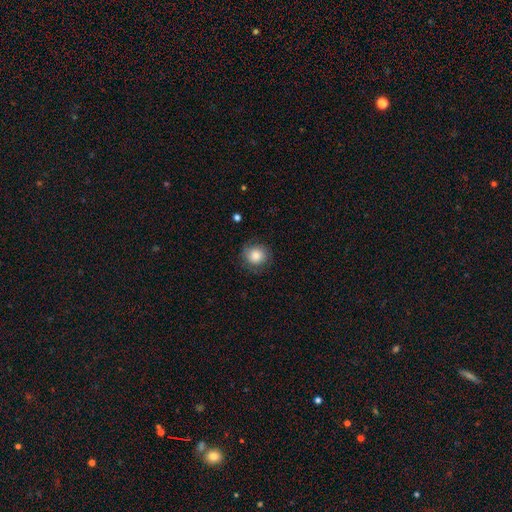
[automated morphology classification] Overall: smooth (76%). How rounded: round (89%). Merging: none (79%).